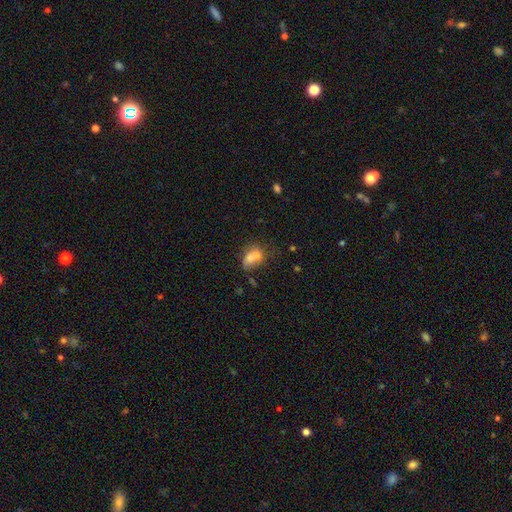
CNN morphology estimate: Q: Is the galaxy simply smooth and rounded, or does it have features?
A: smooth — 68%.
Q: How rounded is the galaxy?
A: in between — 71%.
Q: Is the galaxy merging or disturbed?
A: merger — 52%.